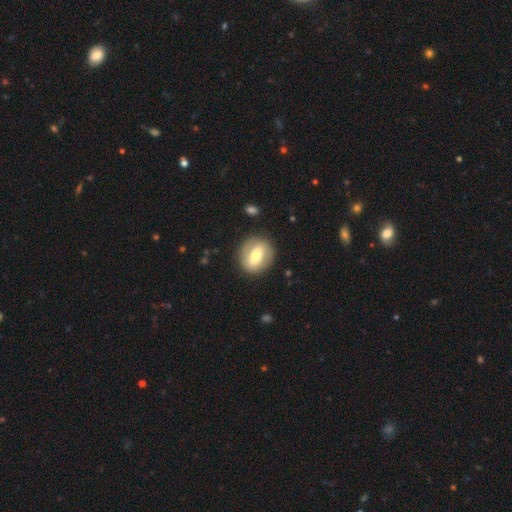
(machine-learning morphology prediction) type=smooth (51%); roundness=round (72%); merging=none (85%).